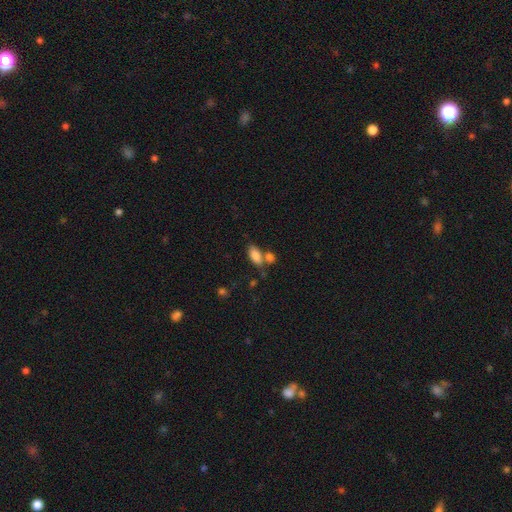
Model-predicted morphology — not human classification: Smooth or featured? Predicted: smooth (p=0.84). How rounded? Predicted: in between (p=0.88). Merging? Predicted: none (p=0.53).